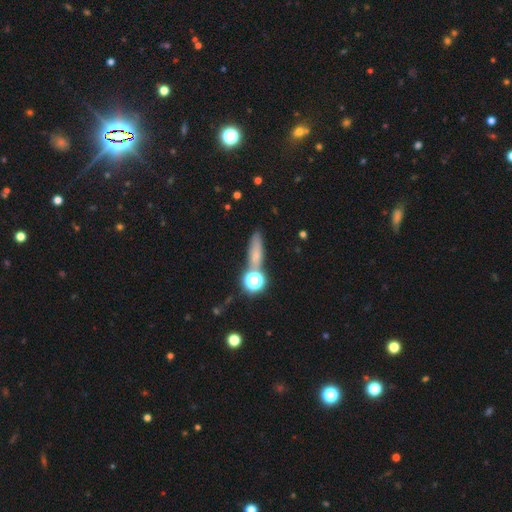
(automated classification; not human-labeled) This appears to be a smooth galaxy with no disk features (60%) that is cigar-shaped (53%). Merging: none (70%).